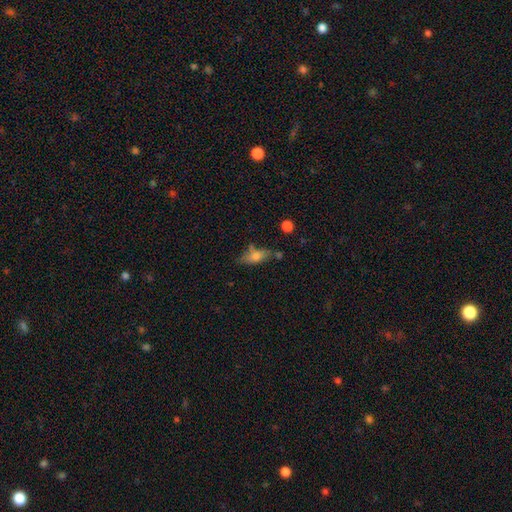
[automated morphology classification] smooth-or-featured: smooth: 70% | featured or disk: 22% | star or artifact: 9%
  how-rounded: in between: 71% | cigar-shaped: 26% | round: 4%
  merging: none: 58% | minor disturbance: 23% | merger: 11% | major disturbance: 8%